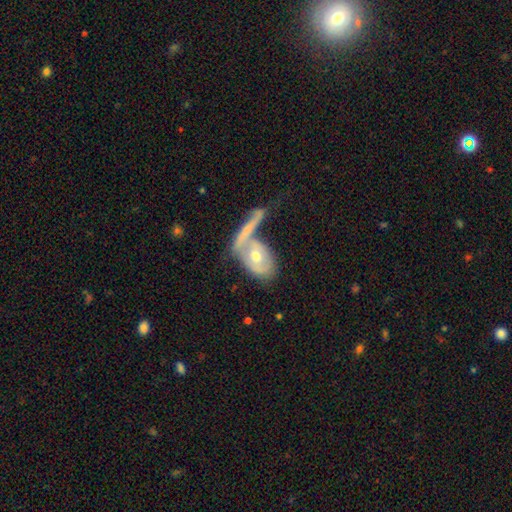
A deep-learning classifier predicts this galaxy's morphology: Overall: featured or disk (55%; smooth 39%). Edge-on disk: no (85%). Merging: merger (47%; none 27%).